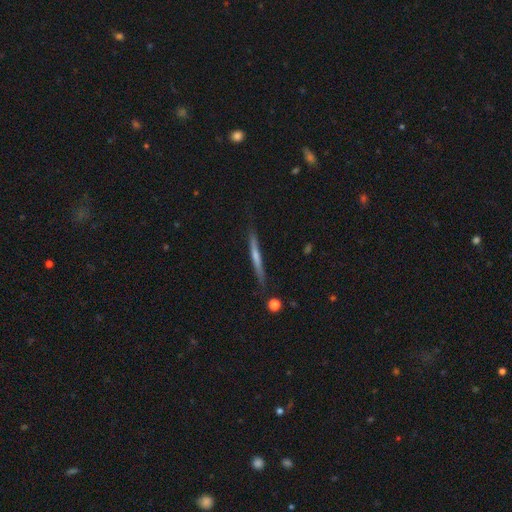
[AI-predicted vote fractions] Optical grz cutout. It shows a featured or disk galaxy (66%) viewed edge-on (96%) with a rounded central bulge (55%). Merging: none (84%).